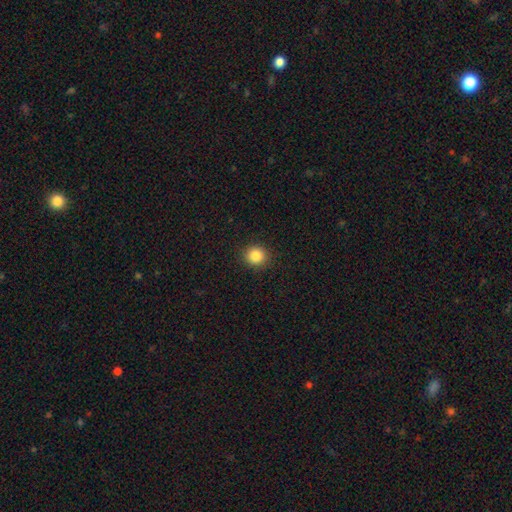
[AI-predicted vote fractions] smooth-or-featured: smooth: 85% | star or artifact: 11% | featured or disk: 4%
  how-rounded: round: 89% | in between: 10% | cigar-shaped: 1%
  merging: none: 91% | minor disturbance: 6% | major disturbance: 2% | merger: 1%